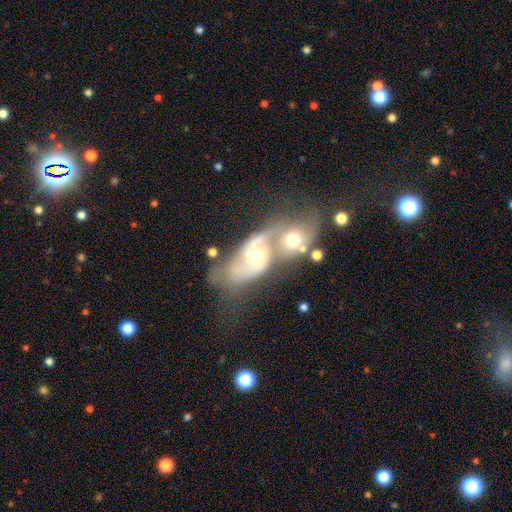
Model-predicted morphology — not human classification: Q: Smooth or featured?
A: featured or disk (75%); runner-up: smooth (18%)
Q: Edge-on disk?
A: no (95%); runner-up: yes (5%)
Q: Bar?
A: no (56%); runner-up: weak (33%)
Q: Spiral arms?
A: yes (85%); runner-up: no (15%)
Q: Spiral winding?
A: loose (43%); runner-up: medium (41%)
Q: Spiral arm count?
A: 2 (80%); runner-up: can't tell (11%)
Q: Bulge size?
A: moderate (67%); runner-up: large (15%)
Q: Merging?
A: merger (73%); runner-up: none (11%)